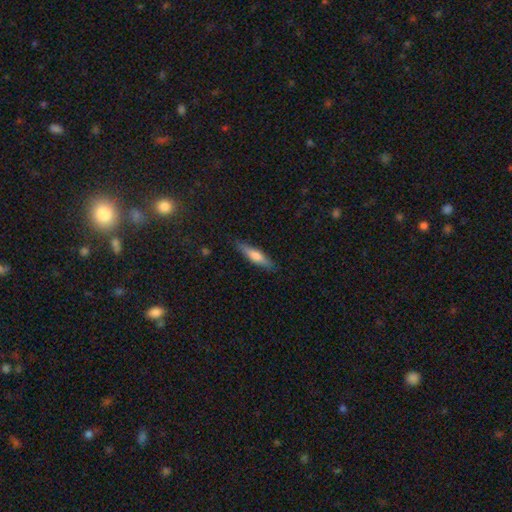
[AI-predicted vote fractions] Overall: smooth (57%; featured or disk 37%). How rounded: cigar-shaped (77%). Merging: none (85%).